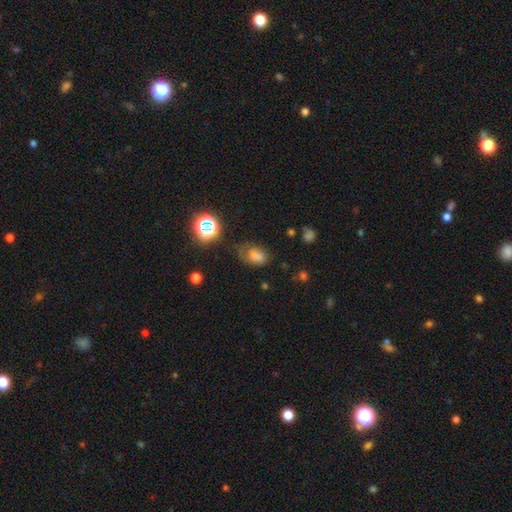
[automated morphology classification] type=smooth (69%); roundness=in between (80%); merging=none (45%).